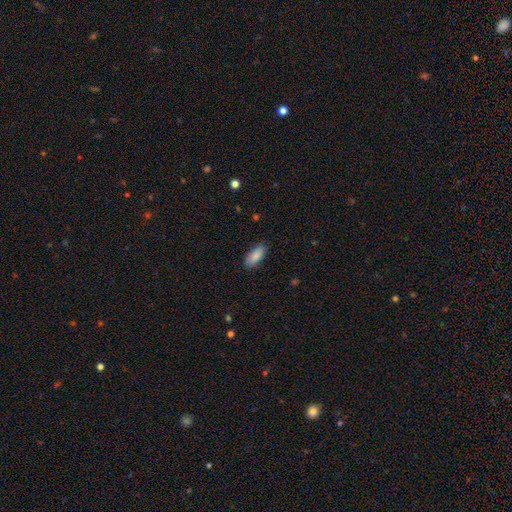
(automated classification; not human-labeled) This is clearly a smooth galaxy (88%). How rounded: clearly in between (86%). Merging: clearly none (84%).